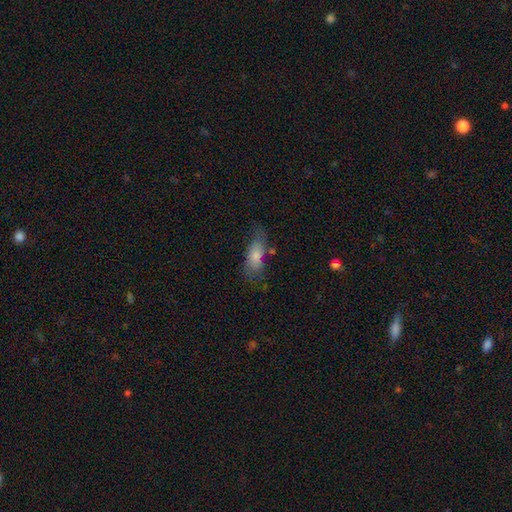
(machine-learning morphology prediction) type=smooth (69%); roundness=in between (70%); merging=none (60%).